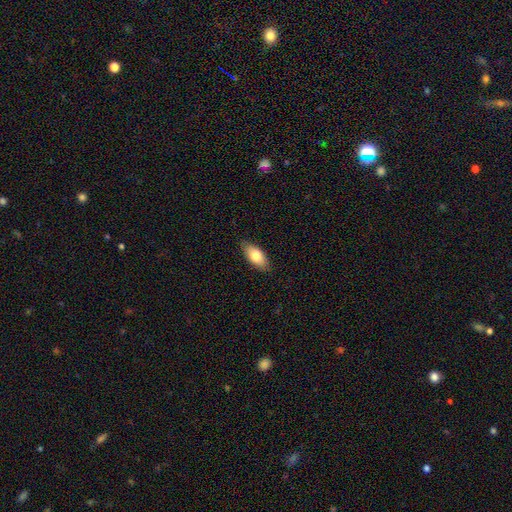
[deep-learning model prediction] smooth_or_featured: smooth (p=0.78) [alt: featured or disk p=0.16]
how_rounded: in between (p=0.89) [alt: cigar-shaped p=0.08]
merging: none (p=0.84) [alt: minor disturbance p=0.13]